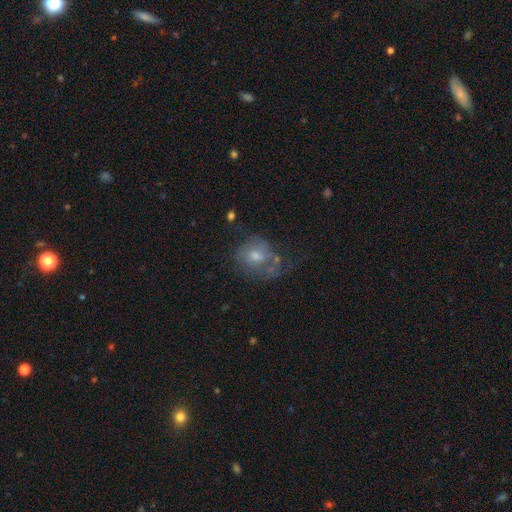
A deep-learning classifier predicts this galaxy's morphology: featured or disk 48%, smooth 40%, star or artifact 13%. Down the decision tree: merging — none (39%).